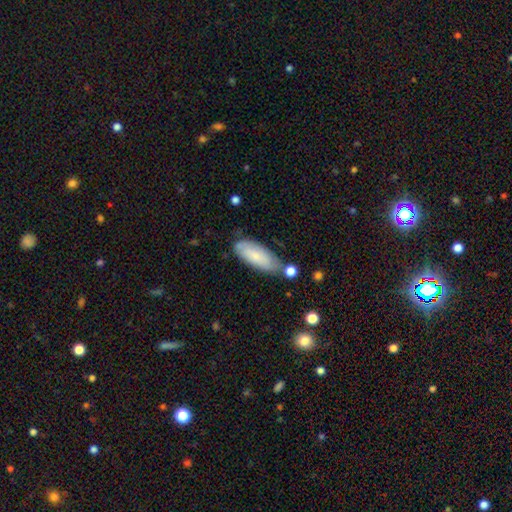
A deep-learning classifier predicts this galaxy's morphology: smooth 73%, featured or disk 21%, star or artifact 6%. Down the decision tree: how rounded — in between (78%); merging — none (66%).